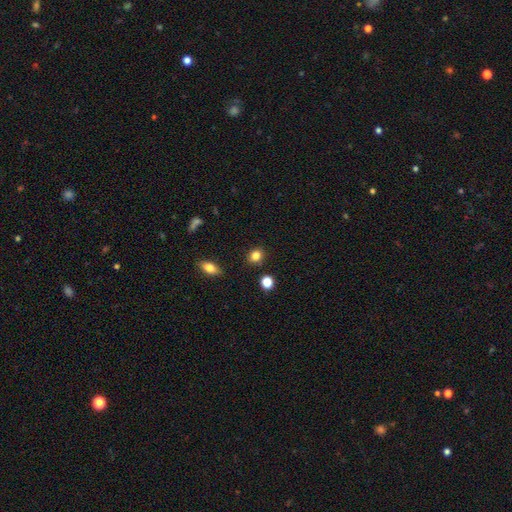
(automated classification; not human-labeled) A smooth galaxy with no disk features (84%) that is round (68%). Merging: none (86%).